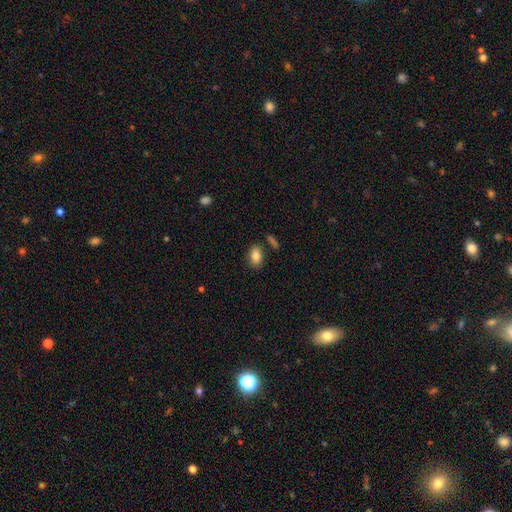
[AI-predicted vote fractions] This appears to be a smooth galaxy with no disk features (84%) that is in between round and cigar-shaped (88%). Merging: none (80%).